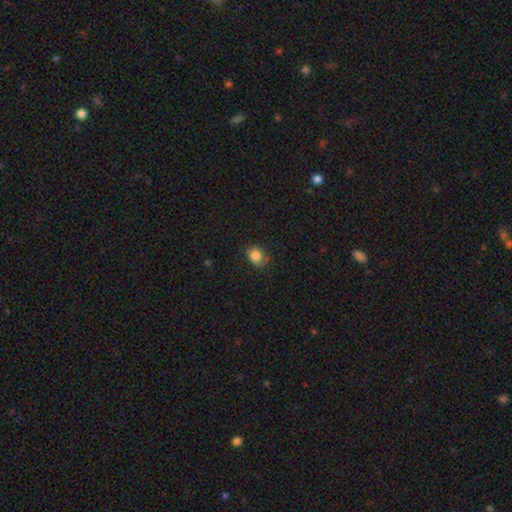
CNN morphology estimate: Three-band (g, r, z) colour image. It shows a smooth galaxy with no disk features (85%) that is in between round and cigar-shaped (52%). Merging: none (70%).